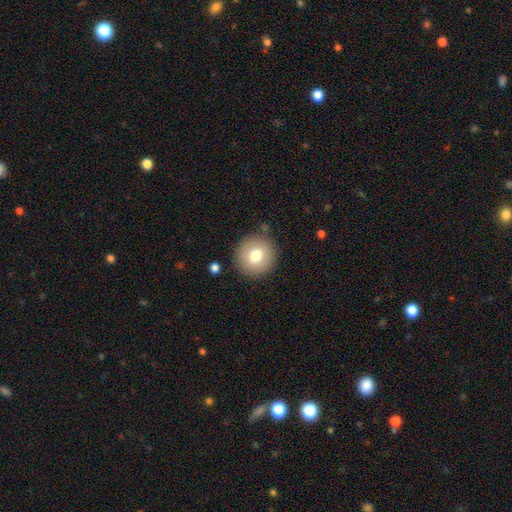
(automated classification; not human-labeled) Morphology: type=smooth (75%); roundness=round (93%); merging=none (87%).